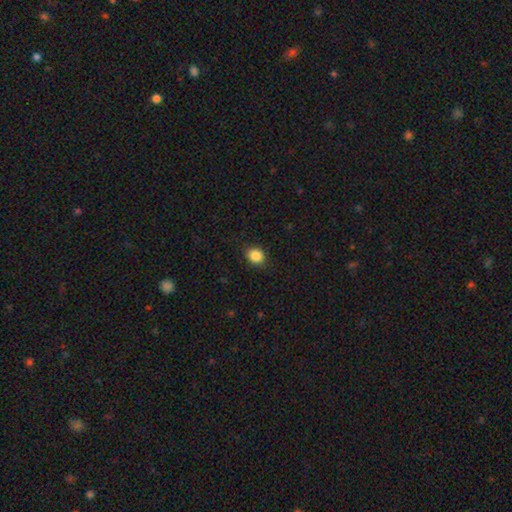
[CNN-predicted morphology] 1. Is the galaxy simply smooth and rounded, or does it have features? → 87% smooth, 9% star or artifact, 4% featured or disk.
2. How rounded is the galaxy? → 54% round, 45% in between, 1% cigar-shaped.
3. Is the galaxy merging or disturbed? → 89% none, 8% minor disturbance, 2% major disturbance, 1% merger.